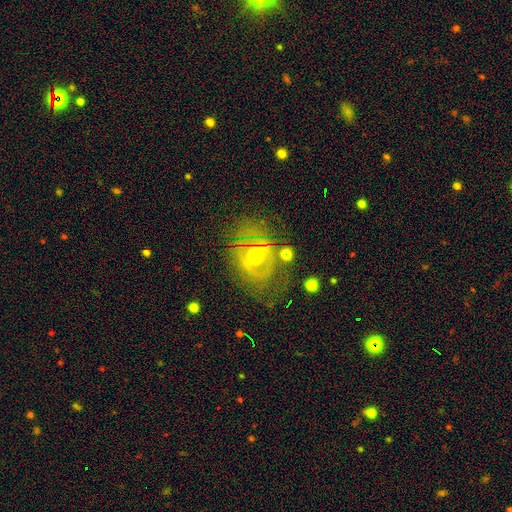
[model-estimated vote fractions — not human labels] Smooth or featured: featured or disk — 59% (smooth — 29%)
Edge-on disk: no — 95% (yes — 5%)
Bar: no — 55% (weak — 31%)
Spiral arms: yes — 51% (no — 49%)
Bulge size: moderate — 66% (small — 27%)
Merging: none — 56% (minor disturbance — 22%)